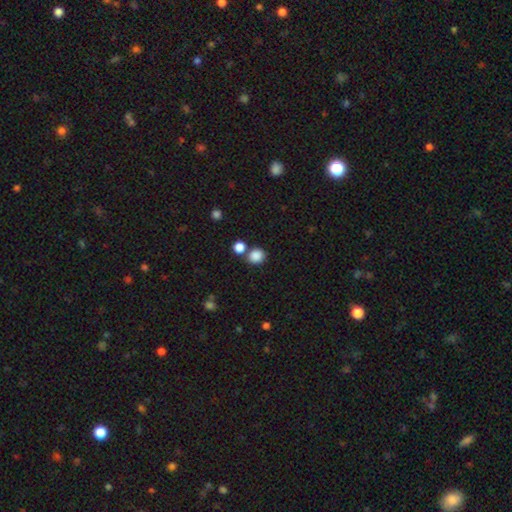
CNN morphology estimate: smooth 85%, star or artifact 11%, featured or disk 4%. Down the decision tree: how rounded — round (80%); merging — none (68%).